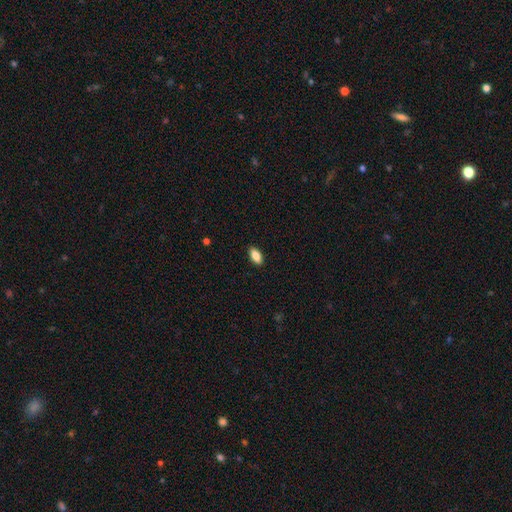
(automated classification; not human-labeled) smooth_or_featured: smooth (p=0.85) [alt: featured or disk p=0.07]
how_rounded: in between (p=0.88) [alt: cigar-shaped p=0.09]
merging: none (p=0.90) [alt: minor disturbance p=0.08]